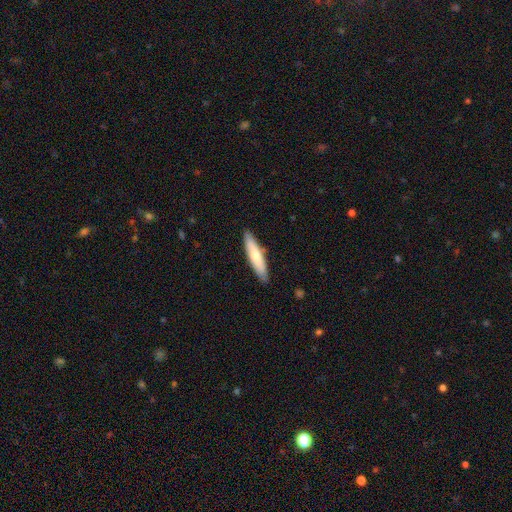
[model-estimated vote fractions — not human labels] Q: Smooth or featured?
A: smooth (70%); runner-up: featured or disk (25%)
Q: How rounded?
A: cigar-shaped (81%); runner-up: in between (18%)
Q: Merging?
A: none (88%); runner-up: minor disturbance (9%)